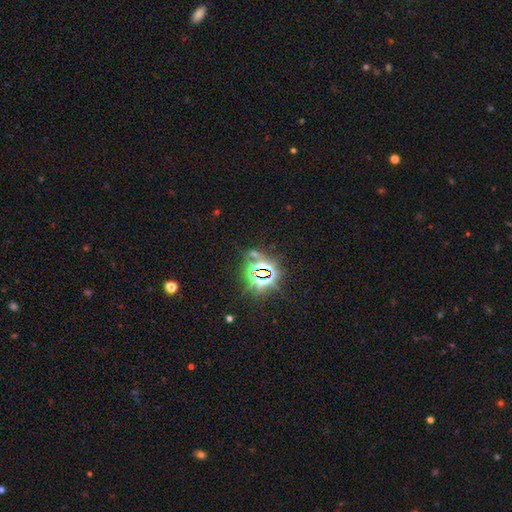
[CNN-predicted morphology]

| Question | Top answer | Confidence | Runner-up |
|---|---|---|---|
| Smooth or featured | star or artifact | 82% | smooth (10%) |